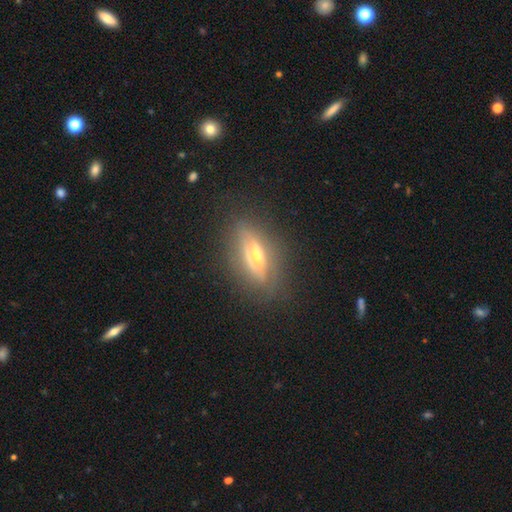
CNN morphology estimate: This is likely a featured or disk galaxy (61%). It is likely viewed edge-on (79%). Merging: clearly none (82%).